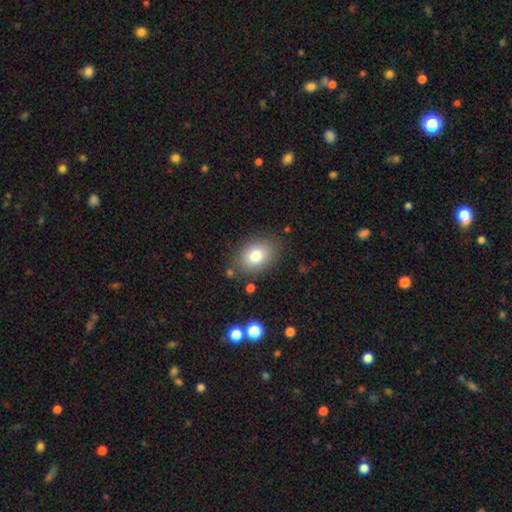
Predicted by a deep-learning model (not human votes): A smooth galaxy with no disk features (81%) that is in between round and cigar-shaped (75%). Merging: none (79%).